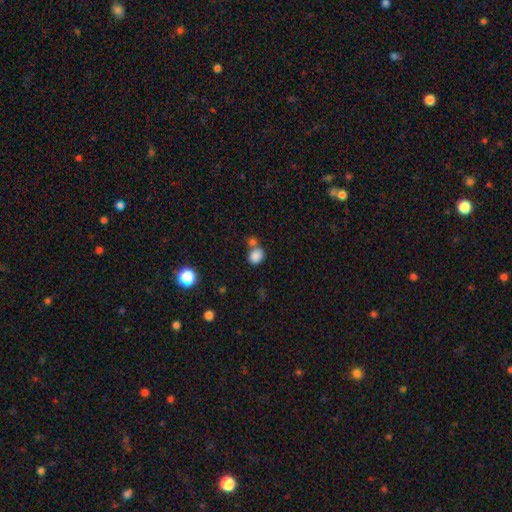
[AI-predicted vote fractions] Smooth or featured?
  - smooth: 84% *
  - star or artifact: 10%
  - featured or disk: 5%
How rounded?
  - round: 56% *
  - in between: 43%
  - cigar-shaped: 1%
Merging?
  - none: 55% *
  - merger: 31%
  - minor disturbance: 10%
  - major disturbance: 4%